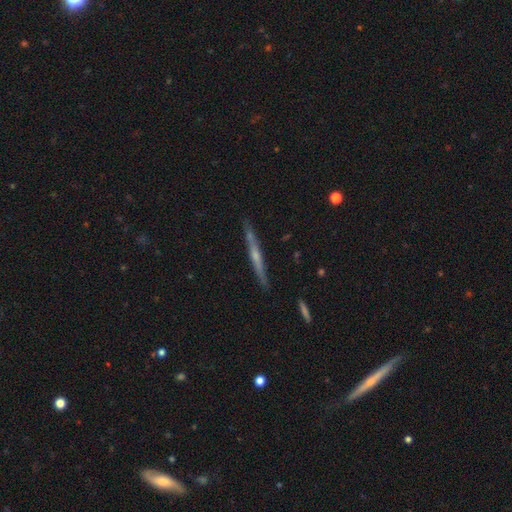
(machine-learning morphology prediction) A featured or disk galaxy (67%) viewed edge-on (97%) with a rounded central bulge (51%).

Vote fractions:
- Smooth or featured? featured or disk: 67% / smooth: 26% / star or artifact: 7%
- Edge-on disk? yes: 97% / no: 3%
- Edge-on bulge? rounded: 51% / none: 42% / boxy: 8%
- Merging? none: 87% / minor disturbance: 10% / major disturbance: 2% / merger: 2%